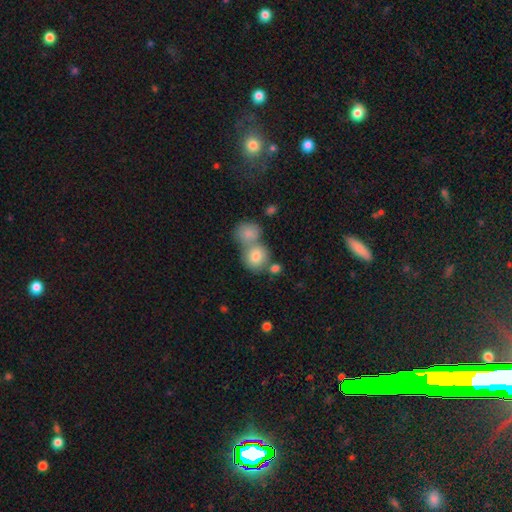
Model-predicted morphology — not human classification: Smooth or featured? Predicted: smooth (p=0.80). How rounded? Predicted: round (p=0.75). Merging? Predicted: merger (p=0.52).